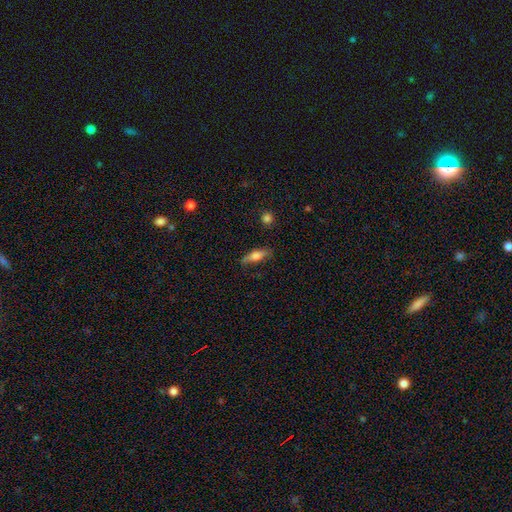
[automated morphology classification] Overall: smooth (64%; featured or disk 29%). How rounded: cigar-shaped (49%; in between 48%). Merging: none (75%).